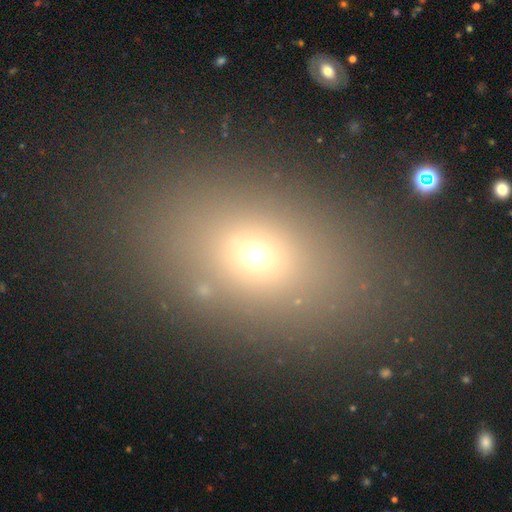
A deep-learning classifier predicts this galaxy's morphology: This appears to be a smooth galaxy with no disk features (65%) that is in between round and cigar-shaped (69%). Merging: none (81%).